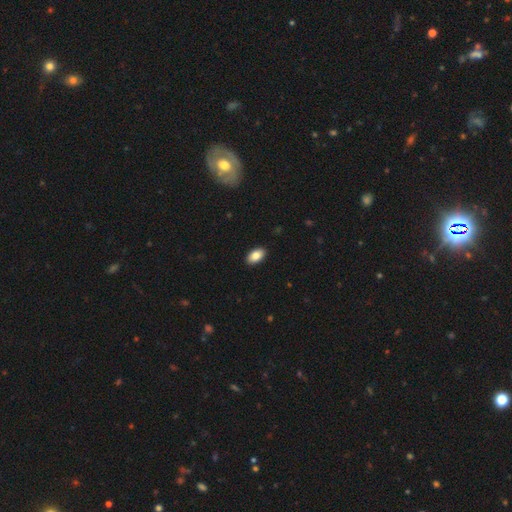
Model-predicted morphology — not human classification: Smooth or featured?
  - smooth: 84% *
  - featured or disk: 9%
  - star or artifact: 7%
How rounded?
  - in between: 94% *
  - round: 5%
  - cigar-shaped: 2%
Merging?
  - none: 91% *
  - minor disturbance: 7%
  - major disturbance: 2%
  - merger: 1%